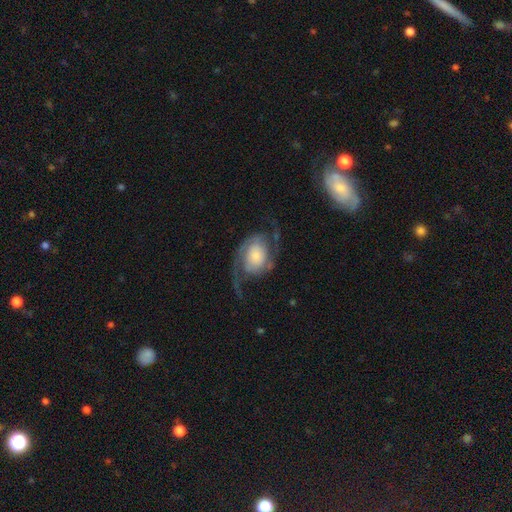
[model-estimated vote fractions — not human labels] Morphology: type=featured or disk (82%); edge-on=no (97%); bar=no (71%); spiral arms=yes (95%); winding=loose (50%); arm count=2 (90%); bulge=small (31%); merging=none (58%).